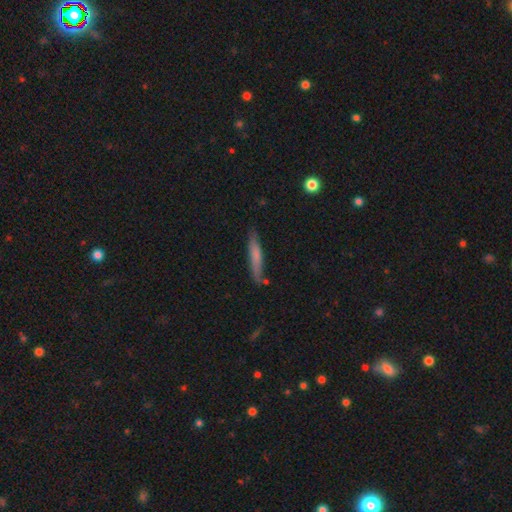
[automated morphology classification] This appears to be a smooth galaxy with no disk features (67%) that is cigar-shaped (91%). Merging: none (74%).